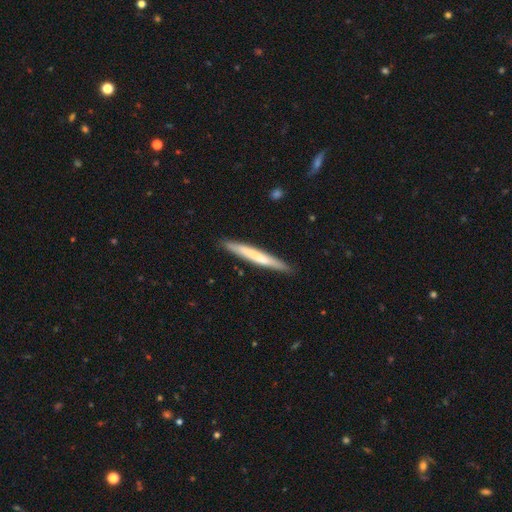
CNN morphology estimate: smooth_or_featured: smooth (p=0.59) [alt: featured or disk p=0.36]
how_rounded: cigar-shaped (p=0.96) [alt: in between p=0.02]
merging: none (p=0.89) [alt: minor disturbance p=0.09]